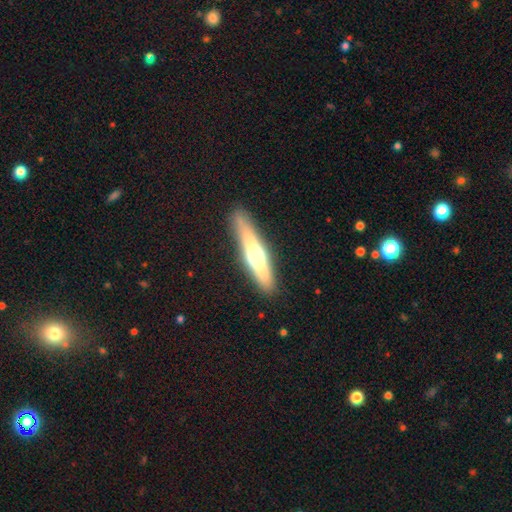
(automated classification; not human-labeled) This is possibly a featured or disk galaxy (57%). It is clearly viewed edge-on (93%). Edge-on bulge: clearly rounded (90%). Merging: clearly none (88%).